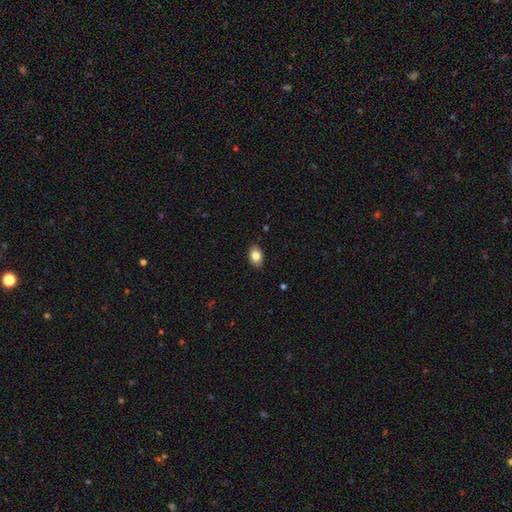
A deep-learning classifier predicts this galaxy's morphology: Smooth or featured: smooth — 83% (featured or disk — 9%)
How rounded: in between — 85% (round — 14%)
Merging: none — 88% (minor disturbance — 9%)